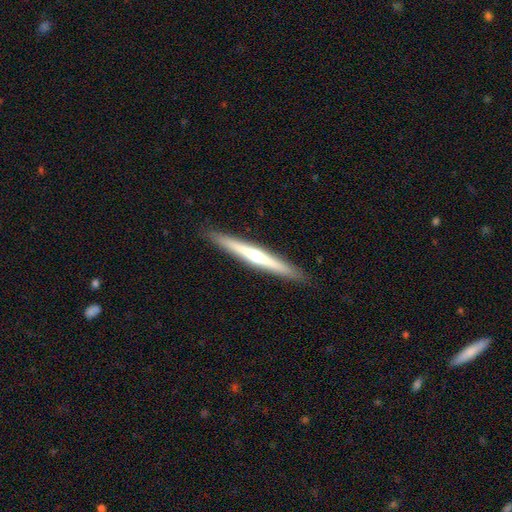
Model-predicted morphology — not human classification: The model was most divided on "smooth or featured": featured or disk: 61%, smooth: 34%, star or artifact: 5%. More confident: edge-on disk — yes (97%); merging — none (91%); edge-on bulge — rounded (66%).